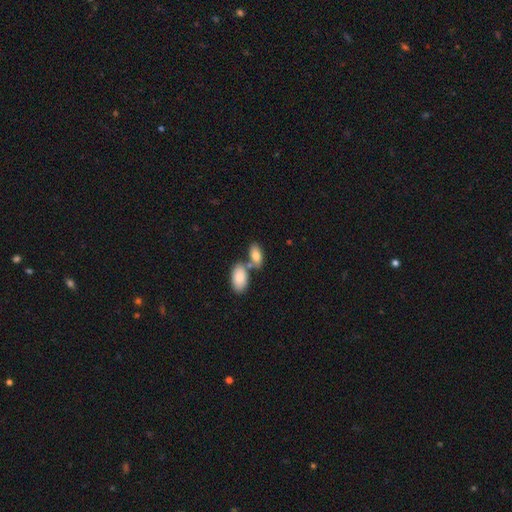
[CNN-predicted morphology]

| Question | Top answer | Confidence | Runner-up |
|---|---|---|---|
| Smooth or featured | smooth | 83% | featured or disk (11%) |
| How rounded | in between | 91% | cigar-shaped (4%) |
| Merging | none | 48% | merger (39%) |